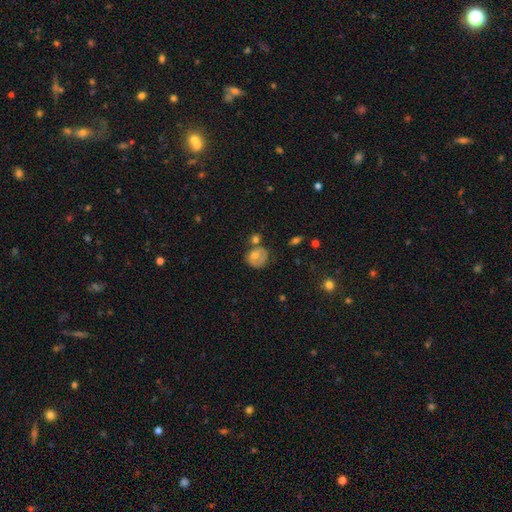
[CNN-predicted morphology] smooth_or_featured: smooth (p=0.62) [alt: featured or disk p=0.29]
how_rounded: round (p=0.66) [alt: in between p=0.33]
merging: none (p=0.48) [alt: minor disturbance p=0.24]